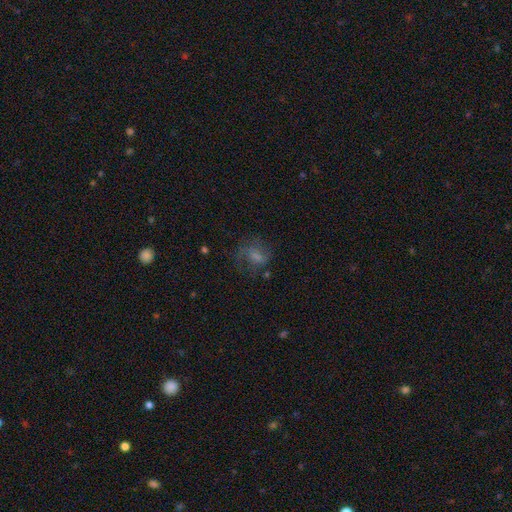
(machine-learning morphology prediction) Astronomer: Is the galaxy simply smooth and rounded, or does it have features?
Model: featured or disk — 46% (runner-up: smooth, 41%).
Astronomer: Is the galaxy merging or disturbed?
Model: none — 47% (runner-up: major disturbance, 29%).